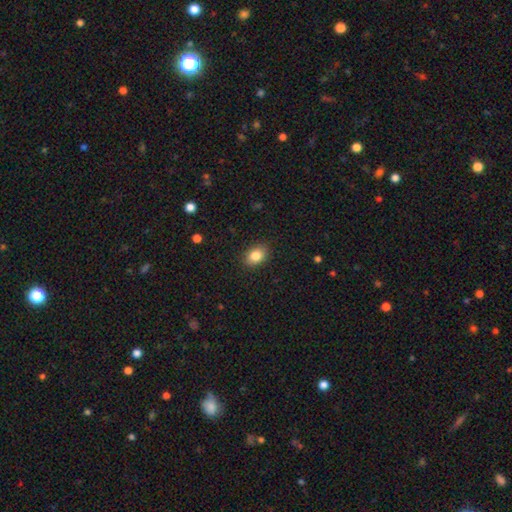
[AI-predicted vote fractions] This appears to be a smooth galaxy with no disk features (84%) that is in between round and cigar-shaped (73%). Merging: none (88%).